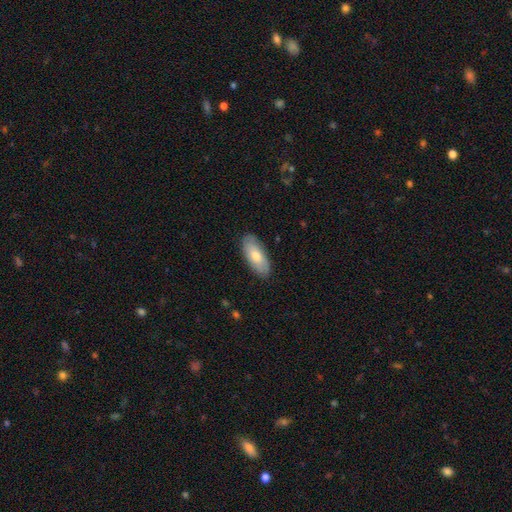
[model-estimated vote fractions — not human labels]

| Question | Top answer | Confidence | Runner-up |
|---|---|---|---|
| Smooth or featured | smooth | 60% | featured or disk (33%) |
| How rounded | in between | 83% | cigar-shaped (14%) |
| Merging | none | 87% | minor disturbance (10%) |